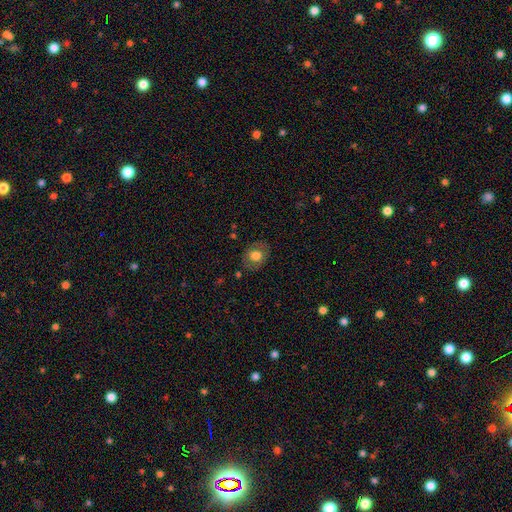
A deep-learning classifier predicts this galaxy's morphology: Q: Smooth or featured?
A: smooth (71%); runner-up: featured or disk (20%)
Q: How rounded?
A: round (53%); runner-up: in between (46%)
Q: Merging?
A: none (82%); runner-up: minor disturbance (13%)